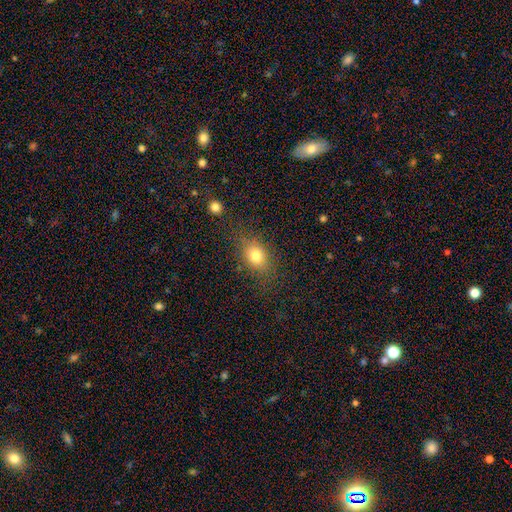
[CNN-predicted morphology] smooth-or-featured: smooth: 77% | star or artifact: 13% | featured or disk: 10%
  how-rounded: in between: 58% | round: 40% | cigar-shaped: 2%
  merging: none: 77% | minor disturbance: 14% | major disturbance: 6% | merger: 3%